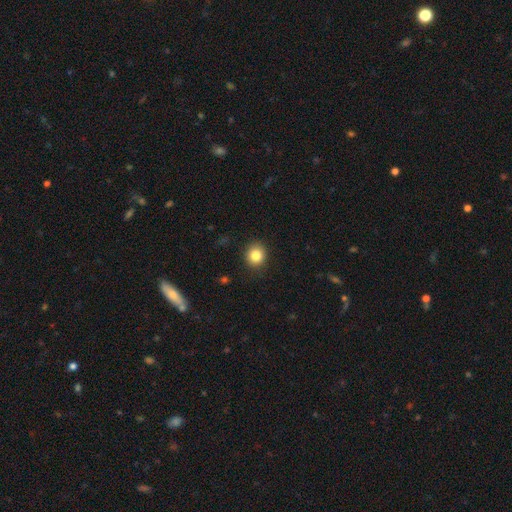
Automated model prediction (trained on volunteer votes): Smooth or featured? smooth (83%)
How rounded? round (84%)
Merging? none (89%)